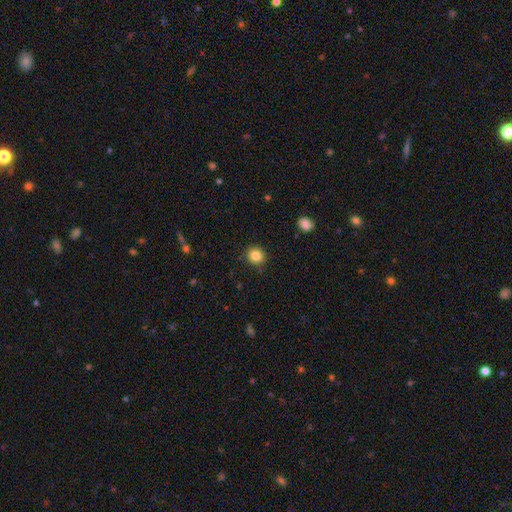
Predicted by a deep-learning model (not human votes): Smooth or featured: smooth — 84% (star or artifact — 11%)
How rounded: round — 89% (in between — 11%)
Merging: none — 90% (minor disturbance — 7%)